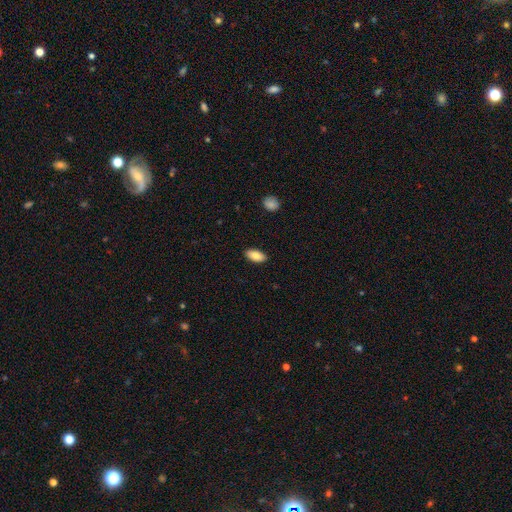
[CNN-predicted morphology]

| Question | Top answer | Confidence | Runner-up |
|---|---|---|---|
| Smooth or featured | smooth | 86% | featured or disk (7%) |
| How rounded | in between | 92% | cigar-shaped (6%) |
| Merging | none | 89% | minor disturbance (8%) |